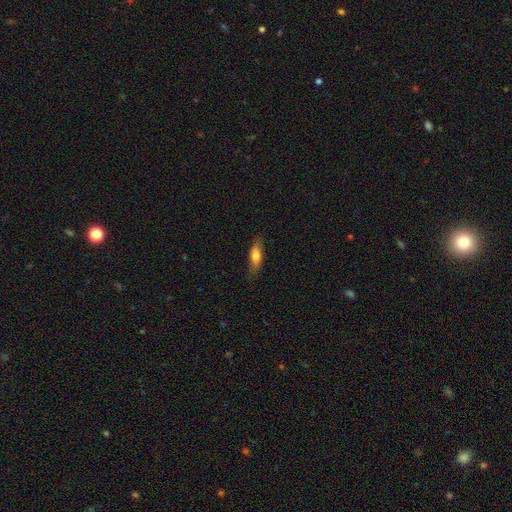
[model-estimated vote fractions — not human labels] Smooth or featured? Predicted: smooth (p=0.70). How rounded? Predicted: in between (p=0.59). Merging? Predicted: none (p=0.75).